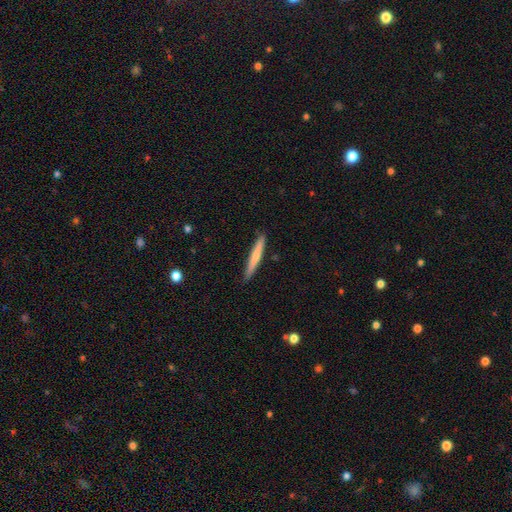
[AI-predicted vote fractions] Smooth or featured? smooth (65%)
How rounded? cigar-shaped (95%)
Merging? none (88%)